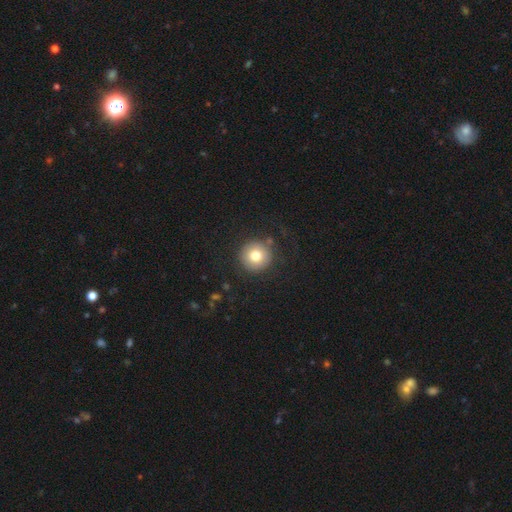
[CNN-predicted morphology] smooth-or-featured: smooth: 77% | featured or disk: 13% | star or artifact: 11%
  how-rounded: round: 95% | in between: 4% | cigar-shaped: 1%
  merging: none: 86% | minor disturbance: 8% | major disturbance: 4% | merger: 2%